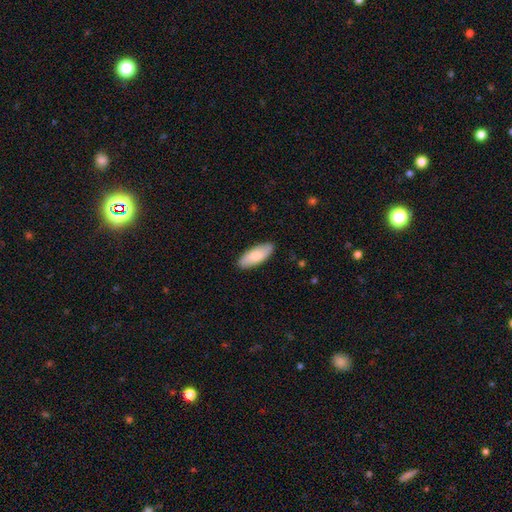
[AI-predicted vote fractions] Smooth or featured?
  - smooth: 80% *
  - featured or disk: 15%
  - star or artifact: 5%
How rounded?
  - in between: 80% *
  - cigar-shaped: 18%
  - round: 2%
Merging?
  - none: 88% *
  - minor disturbance: 9%
  - major disturbance: 2%
  - merger: 1%